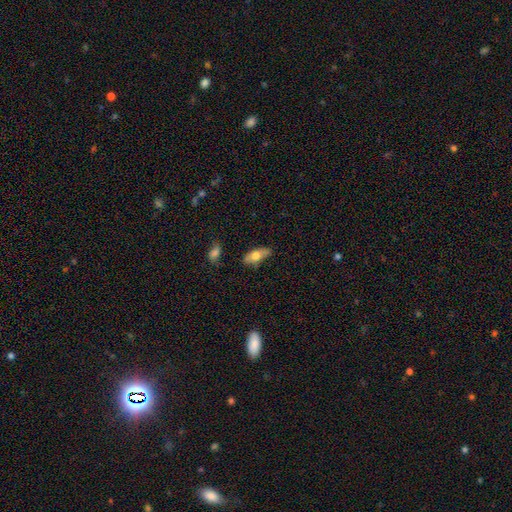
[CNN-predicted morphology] A smooth galaxy with no disk features (68%) that is in between round and cigar-shaped (76%). Merging: none (70%).